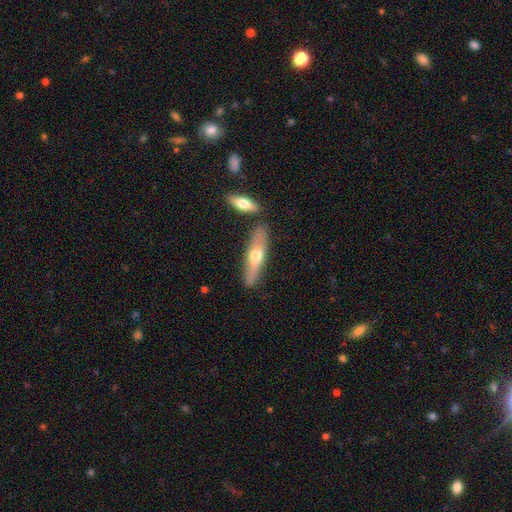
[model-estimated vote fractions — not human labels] smooth-or-featured: smooth: 48% | featured or disk: 46% | star or artifact: 5%
  merging: none: 74% | minor disturbance: 13% | merger: 10% | major disturbance: 3%